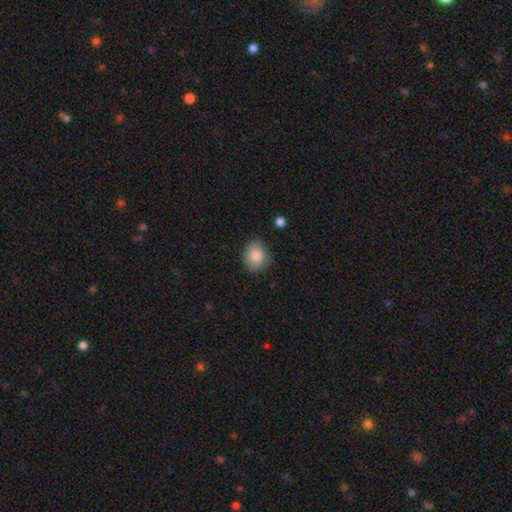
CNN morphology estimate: Smooth or featured: smooth — 85% (star or artifact — 8%)
How rounded: round — 59% (in between — 40%)
Merging: none — 79% (minor disturbance — 16%)